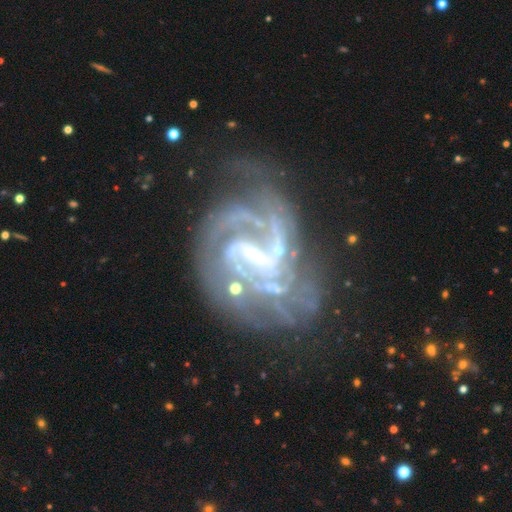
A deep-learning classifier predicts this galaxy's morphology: Overall: featured or disk (89%). Edge-on disk: no (98%). Bar: strong (45%; weak 39%). Spiral arms: yes (95%). Spiral arm count: 2 (37%; can't tell 21%). Spiral winding: medium (44%; tight 43%). Bulge size: small (70%). Merging: none (49%; major disturbance 25%).